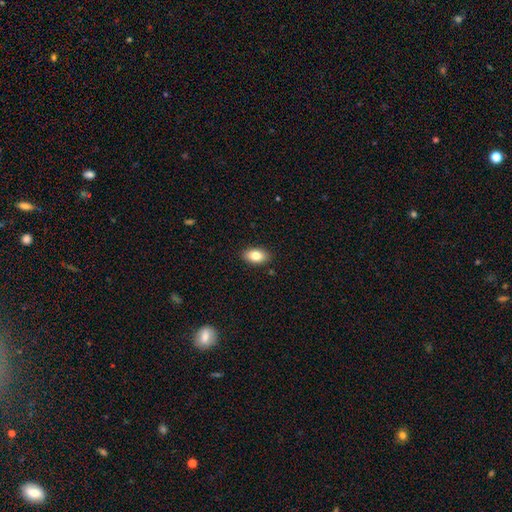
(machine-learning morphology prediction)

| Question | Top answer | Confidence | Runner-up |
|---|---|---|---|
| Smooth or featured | smooth | 82% | featured or disk (11%) |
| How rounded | in between | 91% | round (7%) |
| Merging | none | 89% | minor disturbance (8%) |